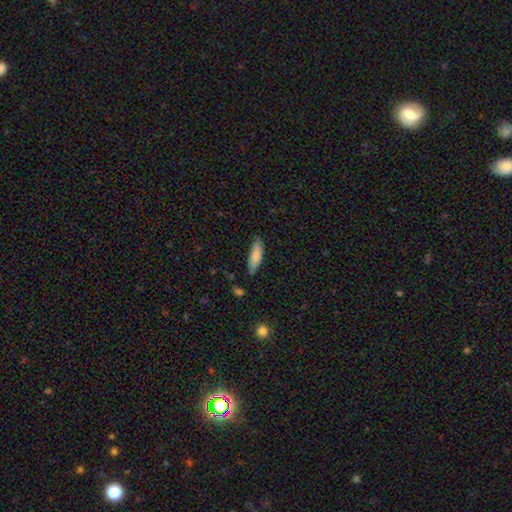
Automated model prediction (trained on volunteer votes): Q: Smooth or featured?
A: smooth (82%); runner-up: featured or disk (11%)
Q: How rounded?
A: cigar-shaped (51%); runner-up: in between (47%)
Q: Merging?
A: none (79%); runner-up: minor disturbance (16%)